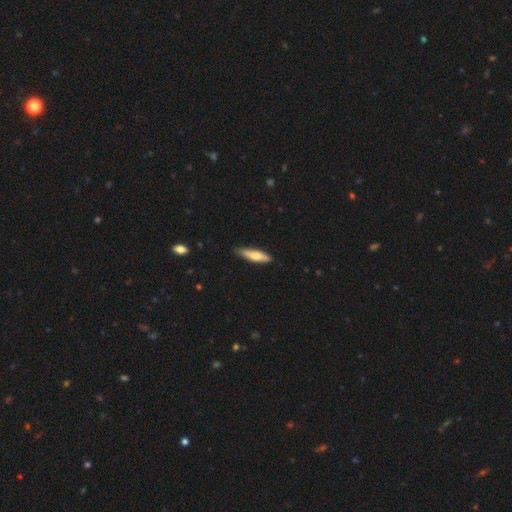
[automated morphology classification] This is likely a smooth galaxy (70%). How rounded: likely cigar-shaped (76%). Merging: clearly none (81%).